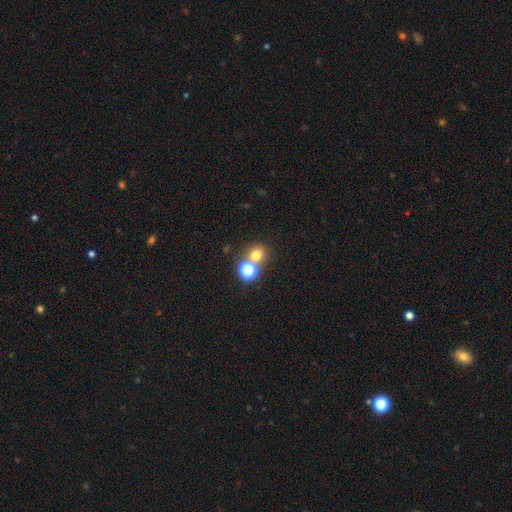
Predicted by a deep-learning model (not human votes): The model was most divided on "merging": none: 60%, merger: 31%, minor disturbance: 7%, major disturbance: 3%. More confident: how rounded — round (84%); smooth or featured — smooth (70%).